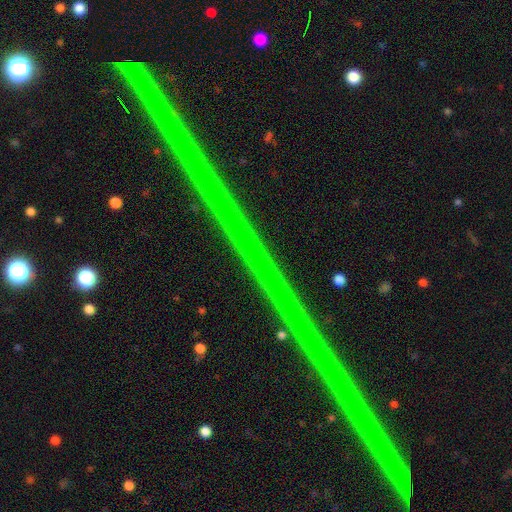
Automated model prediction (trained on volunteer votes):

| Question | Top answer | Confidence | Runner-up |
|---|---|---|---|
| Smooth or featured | star or artifact | 87% | featured or disk (9%) |